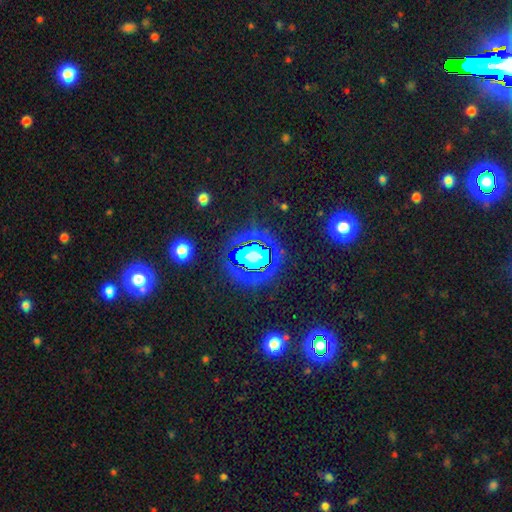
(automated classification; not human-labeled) Morphology: type=star or artifact (64%).